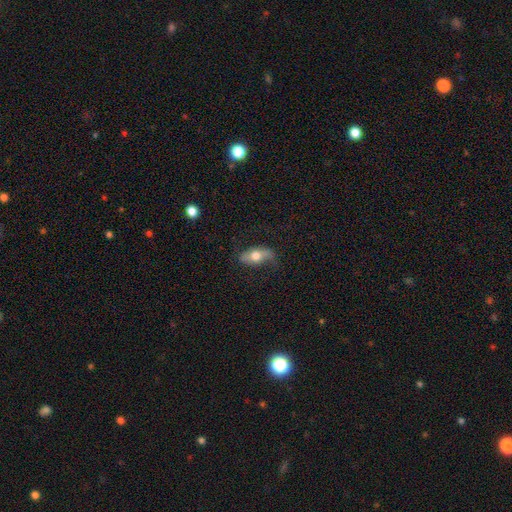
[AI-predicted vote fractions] Smooth or featured? Predicted: smooth (p=0.52). How rounded? Predicted: in between (p=0.80). Merging? Predicted: none (p=0.65).